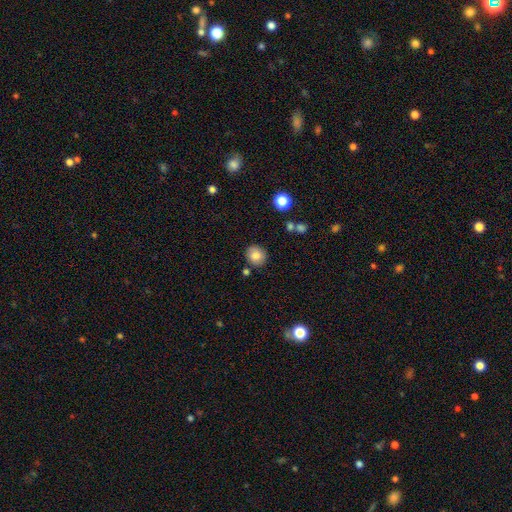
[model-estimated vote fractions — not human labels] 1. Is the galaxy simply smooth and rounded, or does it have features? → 80% smooth, 10% featured or disk, 9% star or artifact.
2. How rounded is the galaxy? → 82% round, 18% in between, 1% cigar-shaped.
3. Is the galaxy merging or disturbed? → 84% none, 9% minor disturbance, 5% merger, 2% major disturbance.